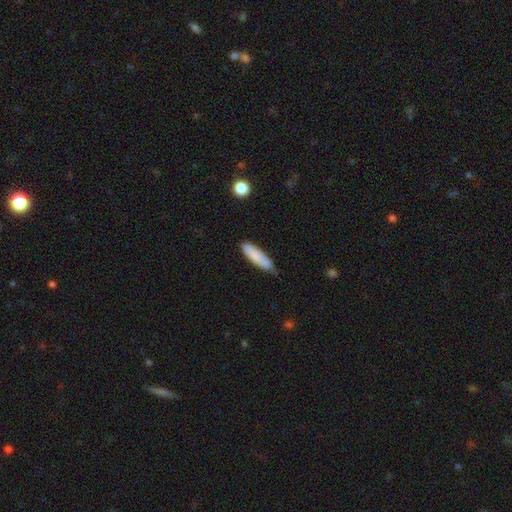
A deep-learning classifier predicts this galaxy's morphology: Q: Smooth or featured?
A: smooth (83%); runner-up: featured or disk (11%)
Q: How rounded?
A: cigar-shaped (64%); runner-up: in between (34%)
Q: Merging?
A: none (71%); runner-up: minor disturbance (24%)